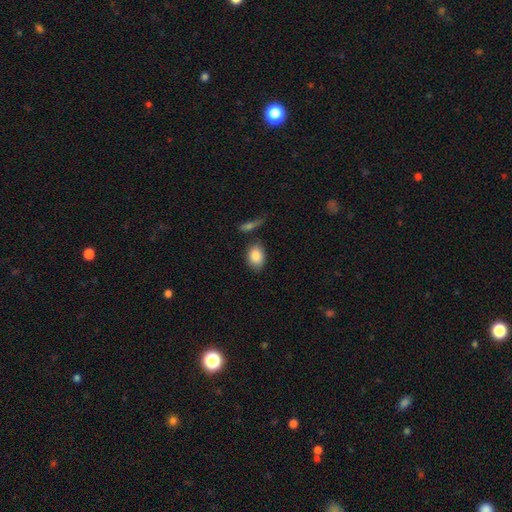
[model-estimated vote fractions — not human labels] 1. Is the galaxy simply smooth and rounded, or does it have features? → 87% smooth, 7% star or artifact, 6% featured or disk.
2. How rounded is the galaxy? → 82% in between, 16% round, 2% cigar-shaped.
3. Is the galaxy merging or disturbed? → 72% none, 17% minor disturbance, 7% merger, 5% major disturbance.